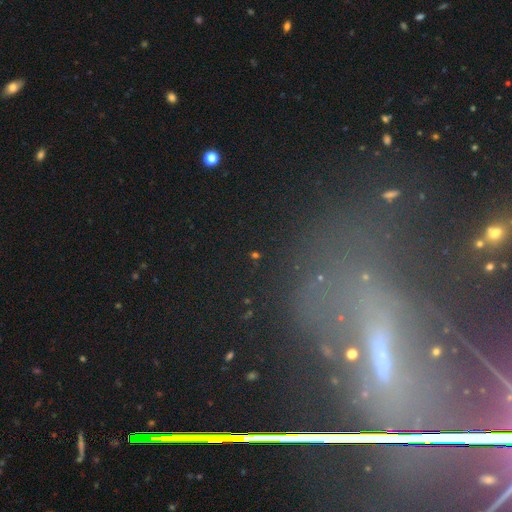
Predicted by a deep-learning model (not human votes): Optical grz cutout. It shows a star or artifact, not a galaxy (61%).